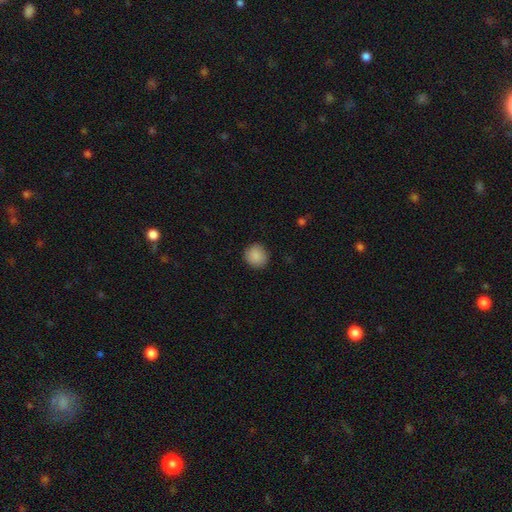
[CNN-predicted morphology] Smooth or featured: smooth — 89% (star or artifact — 8%)
How rounded: round — 89% (in between — 10%)
Merging: none — 89% (minor disturbance — 8%)